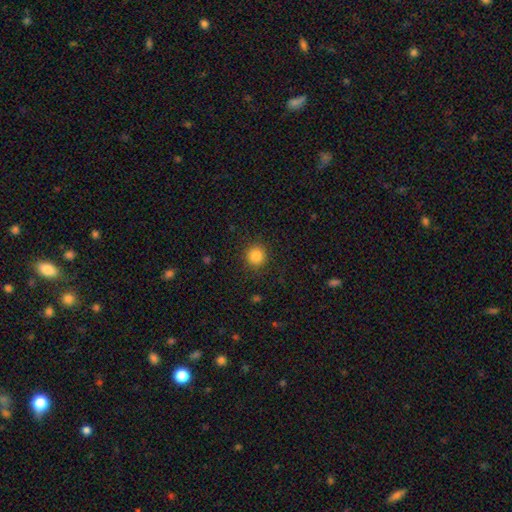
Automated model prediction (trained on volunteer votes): Q: Smooth or featured?
A: smooth (85%); runner-up: star or artifact (11%)
Q: How rounded?
A: round (93%); runner-up: in between (6%)
Q: Merging?
A: none (90%); runner-up: minor disturbance (7%)